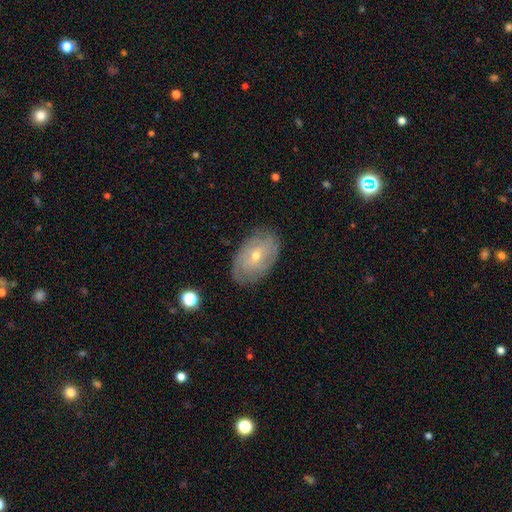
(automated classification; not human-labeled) smooth_or_featured: featured or disk (p=0.71) [alt: smooth p=0.21]
disk_edge_on: no (p=0.95) [alt: yes p=0.05]
bar: no (p=0.65) [alt: weak p=0.29]
has_spiral_arms: yes (p=0.84) [alt: no p=0.16]
spiral_winding: tight (p=0.68) [alt: medium p=0.24]
spiral_arm_count: can't tell (p=0.48) [alt: 2 p=0.23]
bulge_size: small (p=0.59) [alt: moderate p=0.38]
merging: none (p=0.80) [alt: minor disturbance p=0.15]